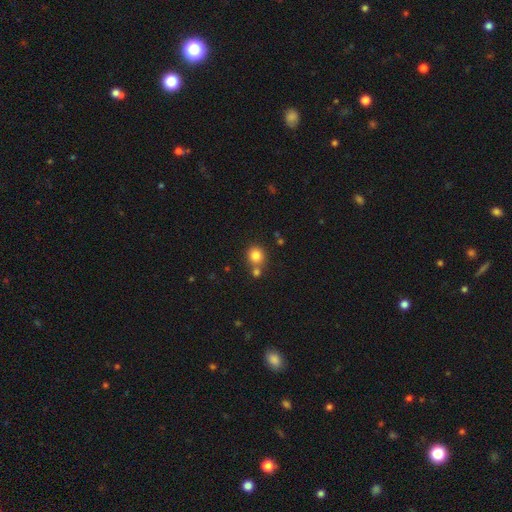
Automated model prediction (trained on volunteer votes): Overall: smooth (82%). How rounded: round (86%). Merging: none (66%).